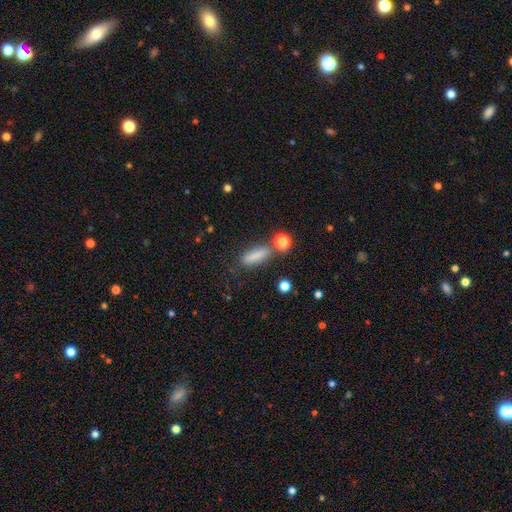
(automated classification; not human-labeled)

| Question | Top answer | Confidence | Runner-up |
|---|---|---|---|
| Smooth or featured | smooth | 79% | featured or disk (11%) |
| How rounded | cigar-shaped | 54% | in between (41%) |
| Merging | none | 68% | minor disturbance (15%) |